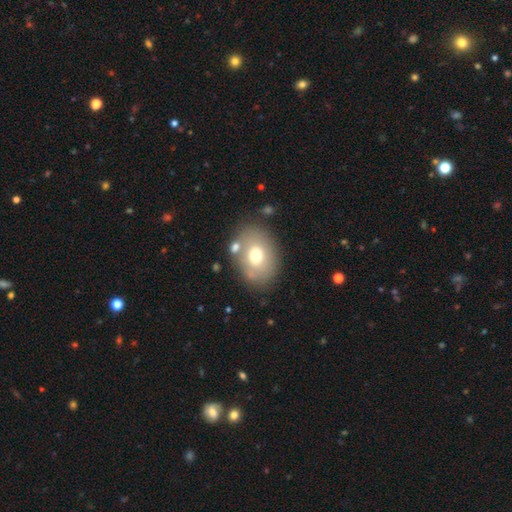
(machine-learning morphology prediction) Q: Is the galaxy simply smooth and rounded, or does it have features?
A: smooth — 67%.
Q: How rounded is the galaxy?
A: in between — 68%.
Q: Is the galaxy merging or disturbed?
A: none — 73%.